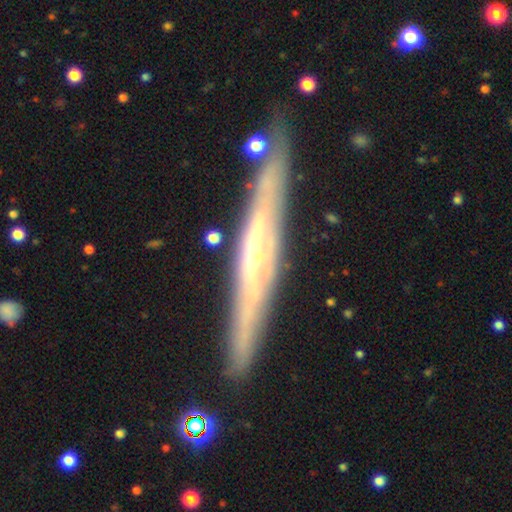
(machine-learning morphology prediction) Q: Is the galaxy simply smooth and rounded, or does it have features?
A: featured or disk — 80%.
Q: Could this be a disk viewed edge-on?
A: yes — 93%.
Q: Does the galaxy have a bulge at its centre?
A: rounded — 50%.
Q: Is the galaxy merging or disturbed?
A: none — 86%.